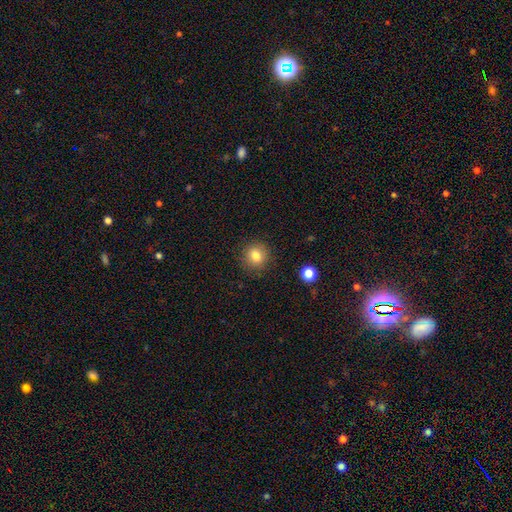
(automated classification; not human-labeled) A smooth galaxy with no disk features (81%) that is round (87%).

Vote fractions:
- Smooth or featured? smooth: 81% / star or artifact: 11% / featured or disk: 7%
- How rounded? round: 87% / in between: 12% / cigar-shaped: 1%
- Merging? none: 89% / minor disturbance: 7% / major disturbance: 3% / merger: 1%